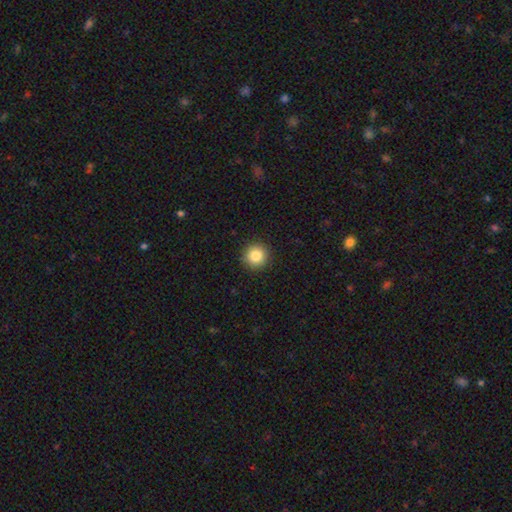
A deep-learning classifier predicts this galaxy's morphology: This appears to be a smooth galaxy with no disk features (85%) that is round (95%). Merging: none (92%).